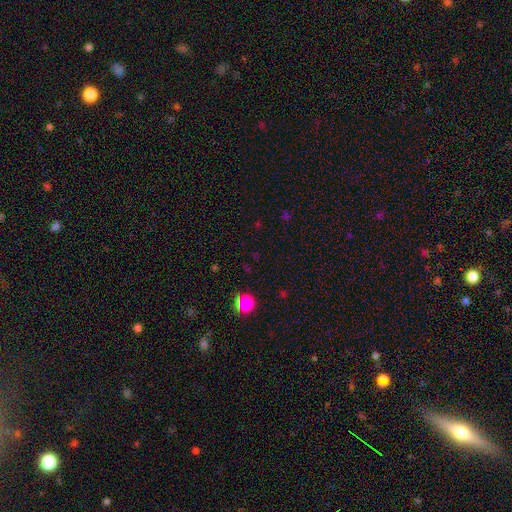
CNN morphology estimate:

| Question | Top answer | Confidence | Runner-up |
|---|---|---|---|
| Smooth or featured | star or artifact | 59% | smooth (34%) |